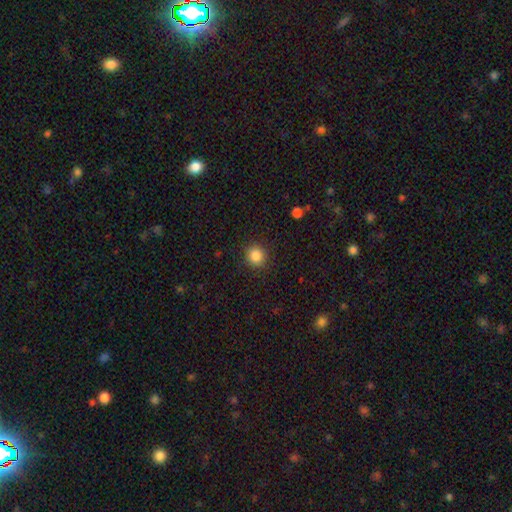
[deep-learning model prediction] smooth-or-featured: smooth: 86% | star or artifact: 10% | featured or disk: 4%
  how-rounded: round: 92% | in between: 7% | cigar-shaped: 1%
  merging: none: 90% | minor disturbance: 6% | major disturbance: 2% | merger: 1%